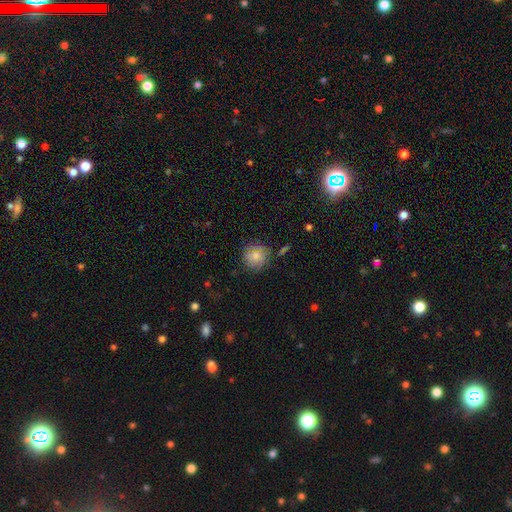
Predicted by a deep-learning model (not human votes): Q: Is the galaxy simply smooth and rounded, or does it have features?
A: smooth — 70%.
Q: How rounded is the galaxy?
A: round — 89%.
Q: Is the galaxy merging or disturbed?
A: none — 74%.